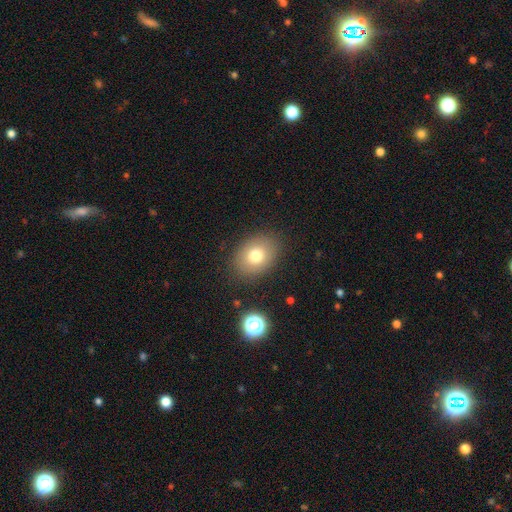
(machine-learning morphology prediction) smooth 75%, featured or disk 13%, star or artifact 12%. Down the decision tree: how rounded — in between (60%); merging — none (84%).